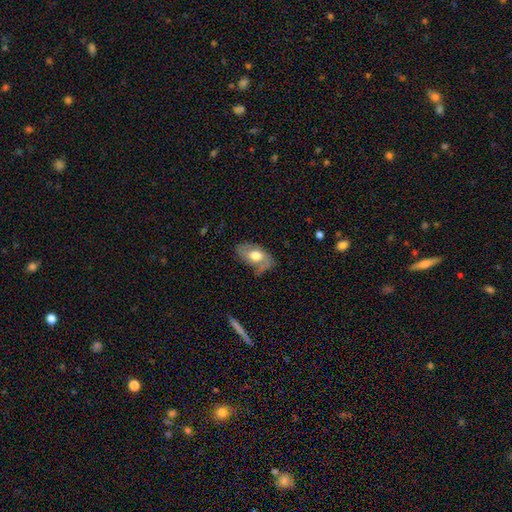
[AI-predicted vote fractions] Smooth or featured? smooth (55%)
How rounded? in between (91%)
Merging? none (56%)